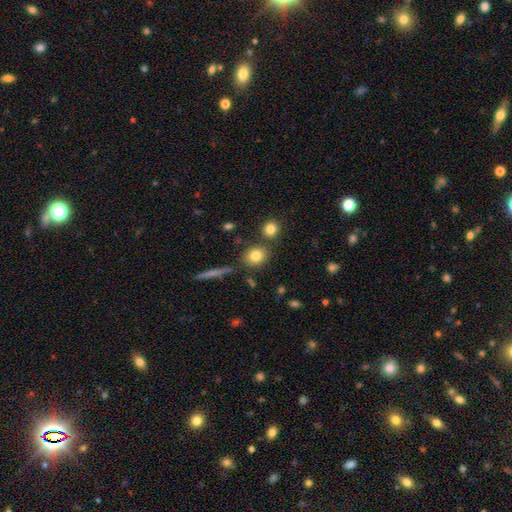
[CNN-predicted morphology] type=smooth (81%); roundness=round (67%); merging=none (76%).